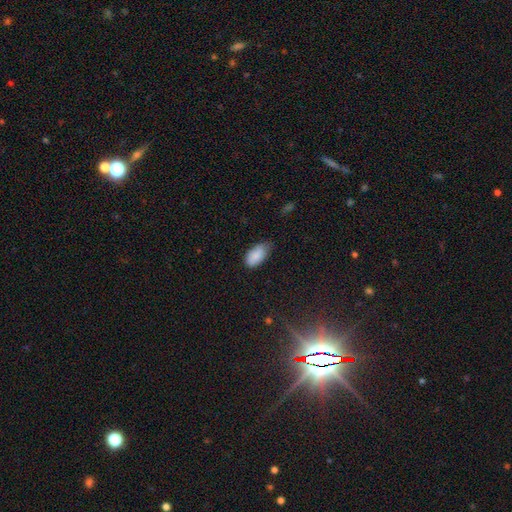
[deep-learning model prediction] This is clearly a smooth galaxy (85%). How rounded: clearly in between (94%). Merging: possibly none (52%).